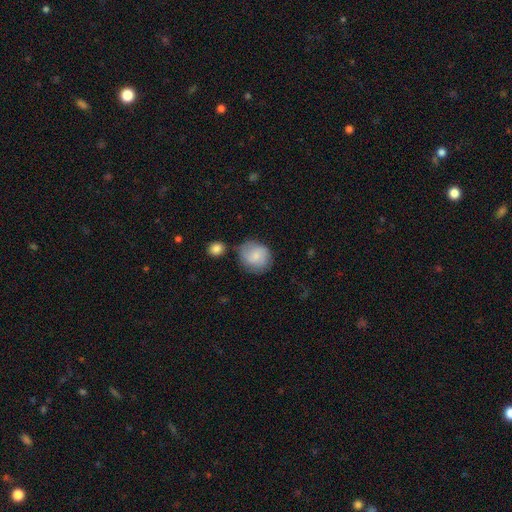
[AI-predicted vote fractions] smooth_or_featured: smooth (p=0.69) [alt: featured or disk p=0.24]
how_rounded: round (p=0.81) [alt: in between p=0.18]
merging: none (p=0.64) [alt: minor disturbance p=0.21]